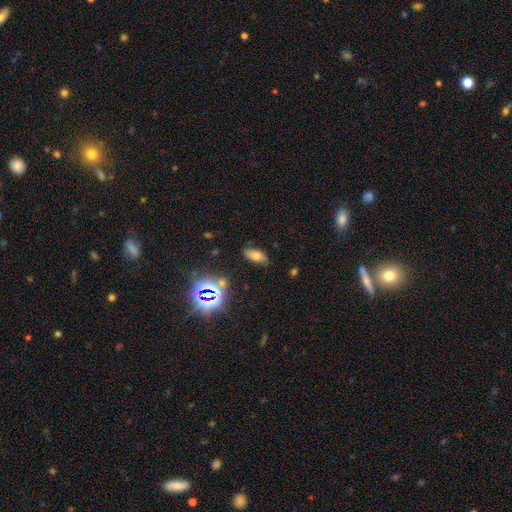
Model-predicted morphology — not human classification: Smooth or featured? smooth (58%)
How rounded? in between (81%)
Merging? none (78%)